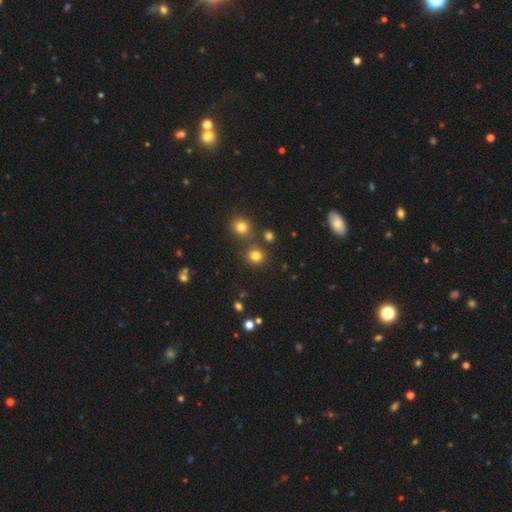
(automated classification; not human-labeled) Smooth or featured? smooth (78%)
How rounded? round (89%)
Merging? none (80%)